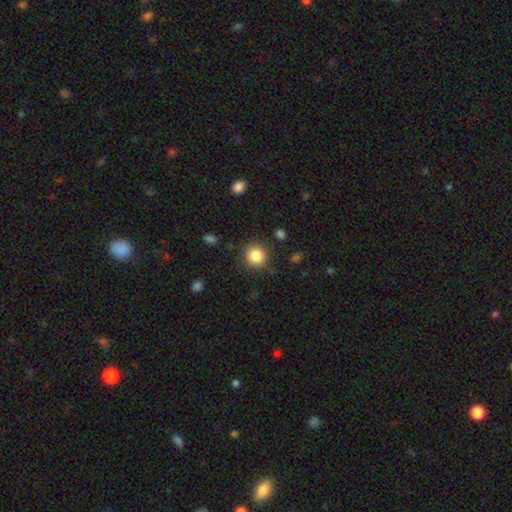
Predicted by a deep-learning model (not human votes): This appears to be a smooth galaxy with no disk features (85%) that is round (93%). Merging: none (87%).